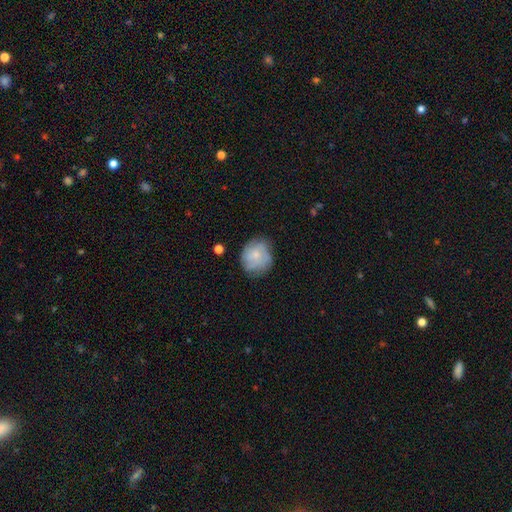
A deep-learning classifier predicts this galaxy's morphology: Smooth or featured? smooth (56%)
How rounded? round (72%)
Merging? none (64%)